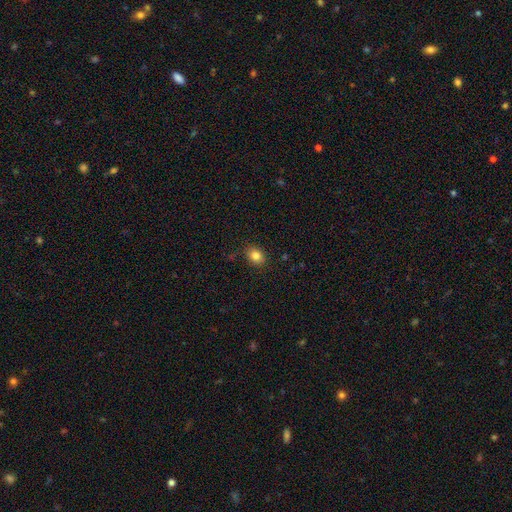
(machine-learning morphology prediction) Smooth or featured: smooth — 84% (star or artifact — 11%)
How rounded: in between — 50% (round — 49%)
Merging: none — 85% (minor disturbance — 11%)